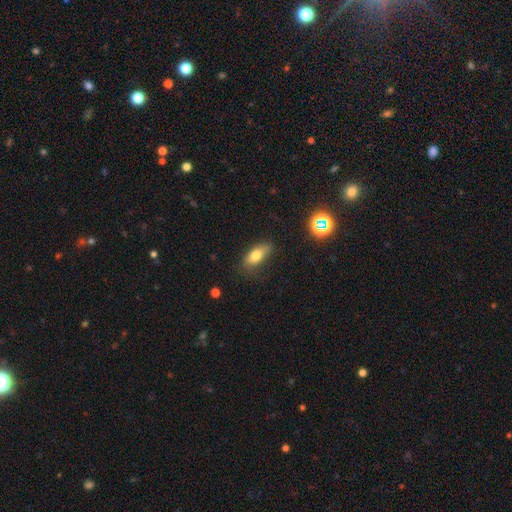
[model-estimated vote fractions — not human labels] The model was most divided on "merging": none: 64%, minor disturbance: 26%, major disturbance: 8%, merger: 2%. More confident: how rounded — in between (82%); smooth or featured — smooth (74%).